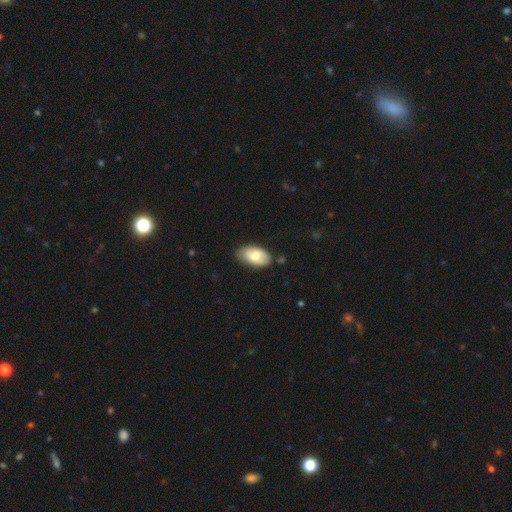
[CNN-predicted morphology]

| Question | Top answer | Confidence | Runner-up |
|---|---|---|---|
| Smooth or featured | smooth | 73% | featured or disk (21%) |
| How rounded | in between | 95% | round (4%) |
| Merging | none | 75% | minor disturbance (20%) |